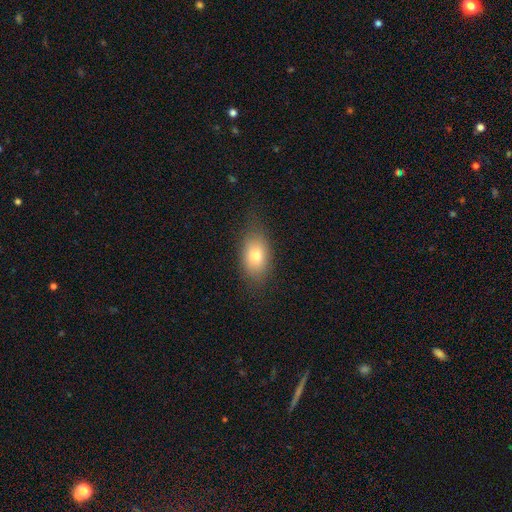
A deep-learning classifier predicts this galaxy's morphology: Smooth or featured? Predicted: smooth (p=0.76). How rounded? Predicted: in between (p=0.85). Merging? Predicted: none (p=0.75).